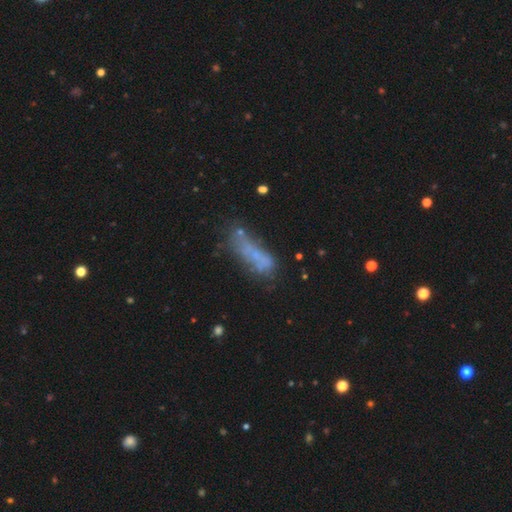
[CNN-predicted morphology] A smooth galaxy with no disk features (46%). Merging: none (39%).